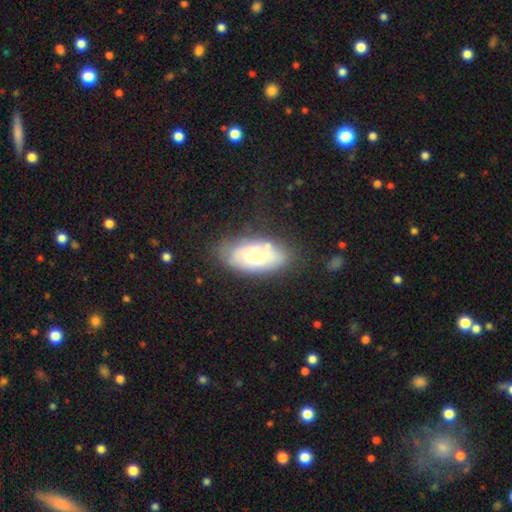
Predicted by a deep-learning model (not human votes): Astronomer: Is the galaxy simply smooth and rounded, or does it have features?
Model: smooth — 47% (runner-up: featured or disk, 46%).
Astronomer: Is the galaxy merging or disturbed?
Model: none — 68%.